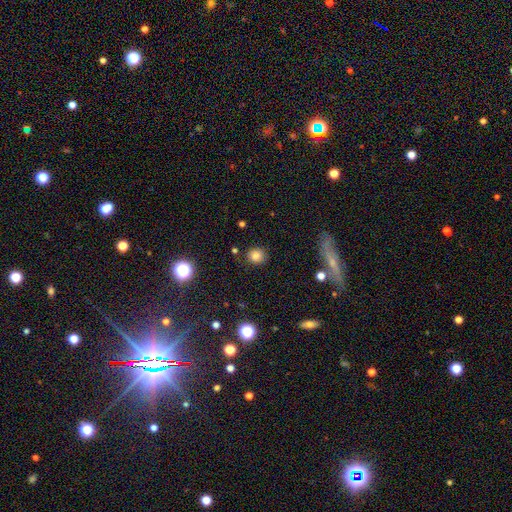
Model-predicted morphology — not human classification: smooth 81%, star or artifact 13%, featured or disk 6%. Down the decision tree: how rounded — round (85%); merging — none (85%).